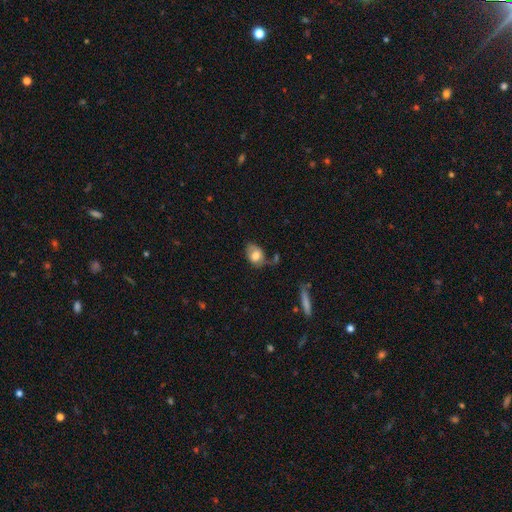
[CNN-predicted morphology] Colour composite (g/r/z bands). It shows a smooth galaxy with no disk features (73%) that is in between round and cigar-shaped (71%). Merging: none (52%).